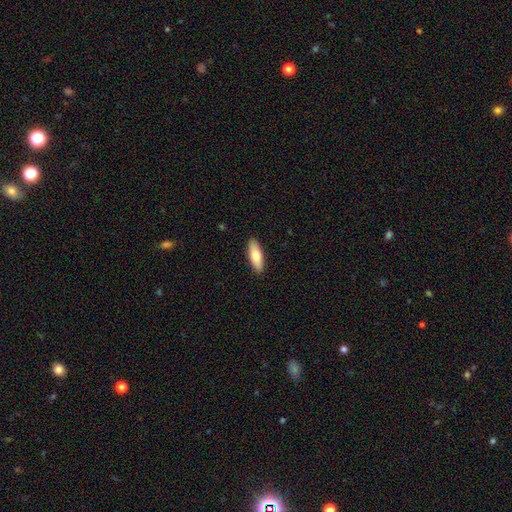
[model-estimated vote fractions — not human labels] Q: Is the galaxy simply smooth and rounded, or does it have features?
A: smooth — 73%.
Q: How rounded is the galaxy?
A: in between — 59%.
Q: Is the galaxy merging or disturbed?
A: none — 90%.